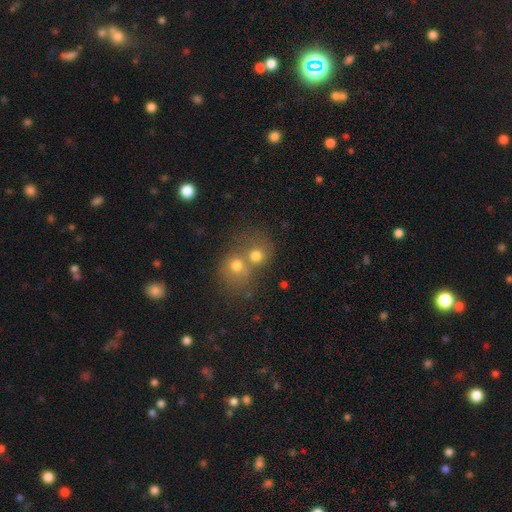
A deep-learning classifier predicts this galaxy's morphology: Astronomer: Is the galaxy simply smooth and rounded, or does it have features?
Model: smooth — 69%.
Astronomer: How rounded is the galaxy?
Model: round — 76%.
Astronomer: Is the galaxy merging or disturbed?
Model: merger — 60%.